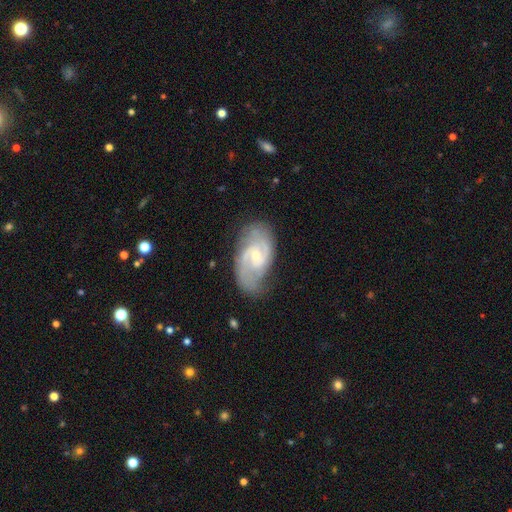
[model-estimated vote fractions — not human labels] Q: Smooth or featured?
A: featured or disk (86%); runner-up: smooth (9%)
Q: Edge-on disk?
A: no (97%); runner-up: yes (3%)
Q: Bar?
A: weak (50%); runner-up: no (40%)
Q: Spiral arms?
A: yes (96%); runner-up: no (4%)
Q: Spiral winding?
A: medium (49%); runner-up: tight (36%)
Q: Spiral arm count?
A: 2 (76%); runner-up: can't tell (10%)
Q: Bulge size?
A: small (64%); runner-up: moderate (31%)
Q: Merging?
A: none (72%); runner-up: minor disturbance (20%)